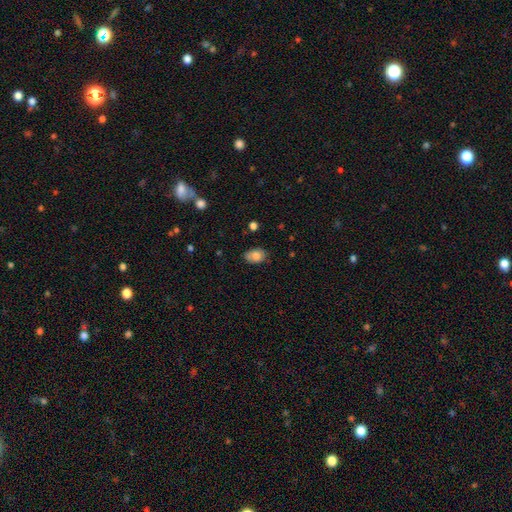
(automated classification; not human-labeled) Overall: smooth (79%). How rounded: in between (83%). Merging: none (78%).